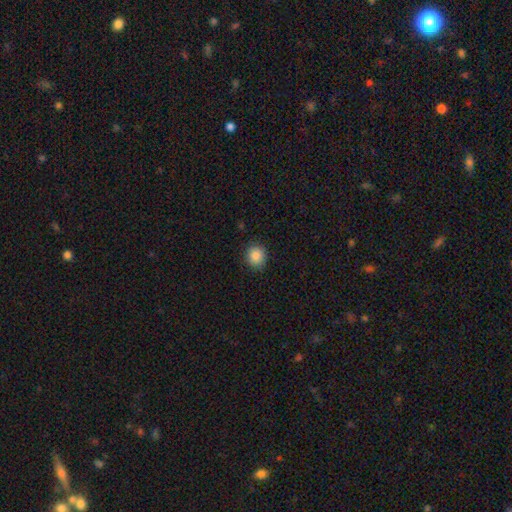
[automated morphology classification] A smooth galaxy with no disk features (87%) that is round (82%).

Vote fractions:
- Smooth or featured? smooth: 87% / star or artifact: 9% / featured or disk: 3%
- How rounded? round: 82% / in between: 17% / cigar-shaped: 1%
- Merging? none: 88% / minor disturbance: 8% / major disturbance: 2% / merger: 1%